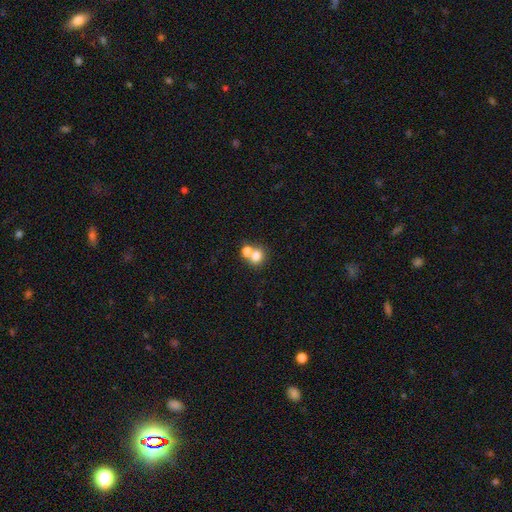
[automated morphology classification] type=smooth (75%); roundness=round (69%); merging=merger (51%).